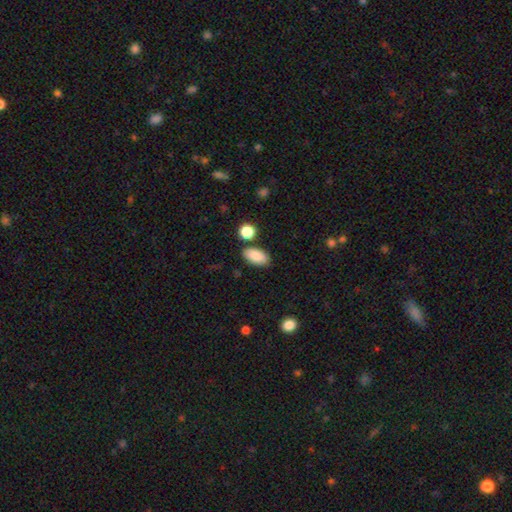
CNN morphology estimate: smooth 87%, star or artifact 7%, featured or disk 6%. Down the decision tree: how rounded — in between (93%); merging — none (81%).